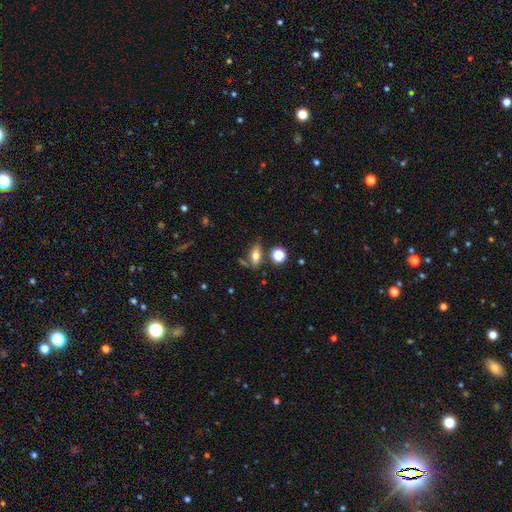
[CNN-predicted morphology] Smooth or featured?
  - smooth: 64% *
  - featured or disk: 25%
  - star or artifact: 11%
How rounded?
  - in between: 72% *
  - cigar-shaped: 19%
  - round: 9%
Merging?
  - none: 66% *
  - minor disturbance: 17%
  - merger: 11%
  - major disturbance: 6%